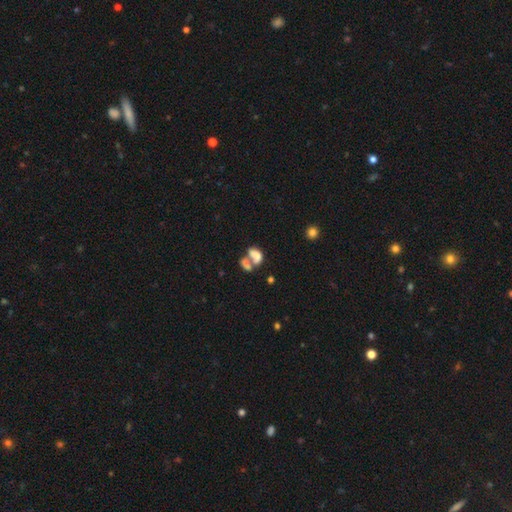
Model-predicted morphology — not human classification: type=smooth (60%); roundness=in between (85%); merging=merger (64%).